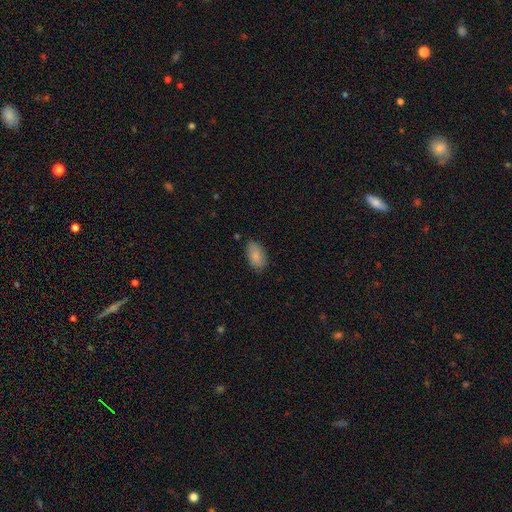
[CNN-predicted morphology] Q: Smooth or featured?
A: smooth (85%); runner-up: featured or disk (8%)
Q: How rounded?
A: in between (93%); runner-up: round (4%)
Q: Merging?
A: none (78%); runner-up: minor disturbance (17%)